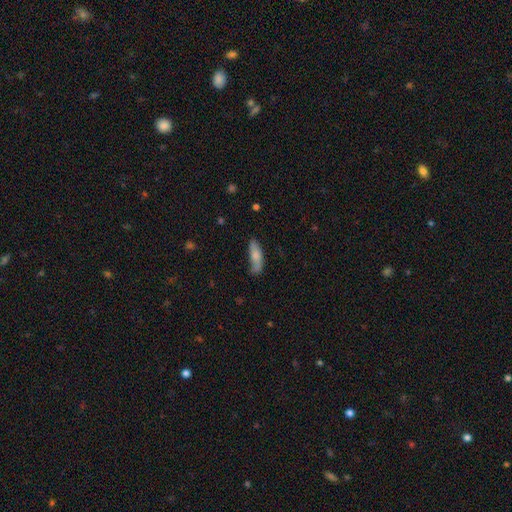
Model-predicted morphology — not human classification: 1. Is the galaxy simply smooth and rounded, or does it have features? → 76% smooth, 18% featured or disk, 6% star or artifact.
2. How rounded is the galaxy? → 51% in between, 47% cigar-shaped, 2% round.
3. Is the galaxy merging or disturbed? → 58% none, 30% minor disturbance, 8% major disturbance, 4% merger.